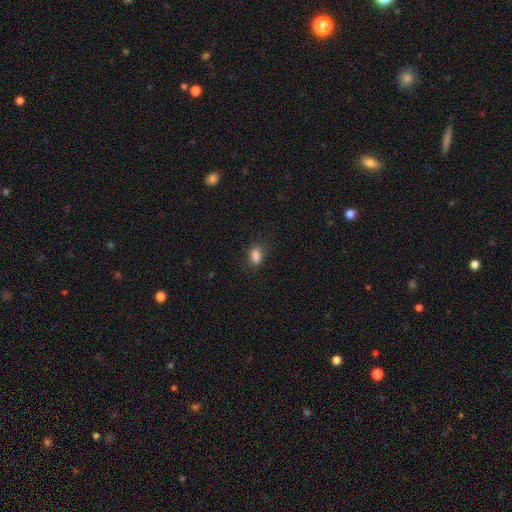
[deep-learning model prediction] Smooth or featured?
  - smooth: 83% *
  - star or artifact: 12%
  - featured or disk: 5%
How rounded?
  - in between: 79% *
  - round: 17%
  - cigar-shaped: 3%
Merging?
  - none: 69% *
  - minor disturbance: 20%
  - major disturbance: 7%
  - merger: 4%